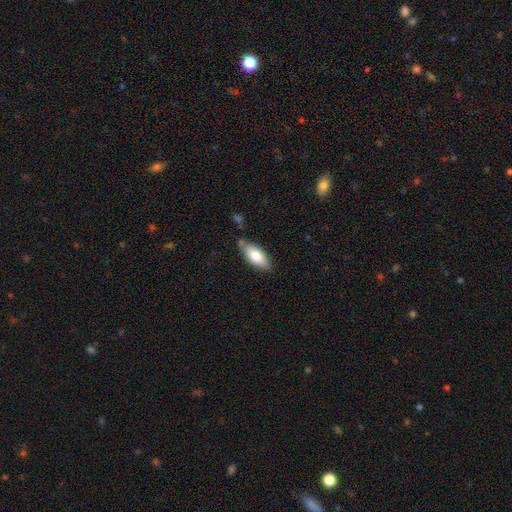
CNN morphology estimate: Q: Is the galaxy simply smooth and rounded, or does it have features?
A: smooth — 78%.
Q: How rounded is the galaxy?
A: in between — 85%.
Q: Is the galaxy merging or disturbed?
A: none — 71%.